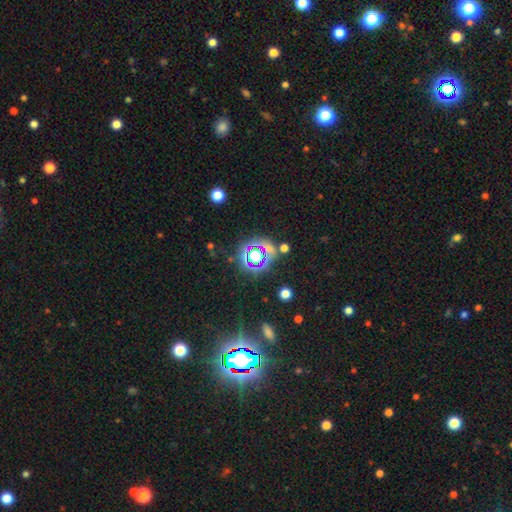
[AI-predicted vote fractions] Smooth or featured? Predicted: star or artifact (p=0.64).